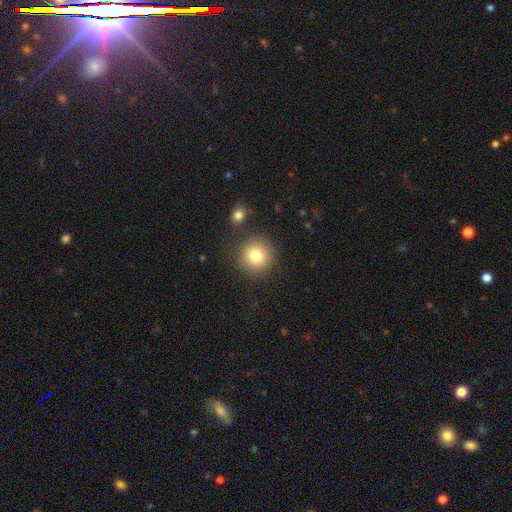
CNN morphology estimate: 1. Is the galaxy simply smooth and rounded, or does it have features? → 80% smooth, 11% star or artifact, 9% featured or disk.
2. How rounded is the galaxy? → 93% round, 6% in between, 1% cigar-shaped.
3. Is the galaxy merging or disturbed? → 83% none, 8% minor disturbance, 6% merger, 3% major disturbance.